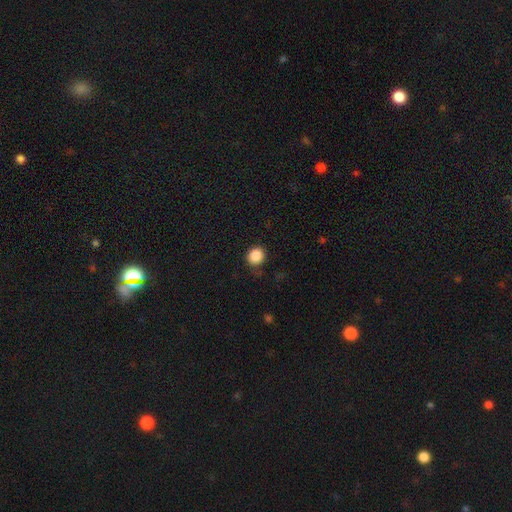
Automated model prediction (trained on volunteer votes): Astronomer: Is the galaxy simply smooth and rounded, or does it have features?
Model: smooth — 88%.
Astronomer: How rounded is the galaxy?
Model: round — 82%.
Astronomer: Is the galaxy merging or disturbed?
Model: none — 84%.